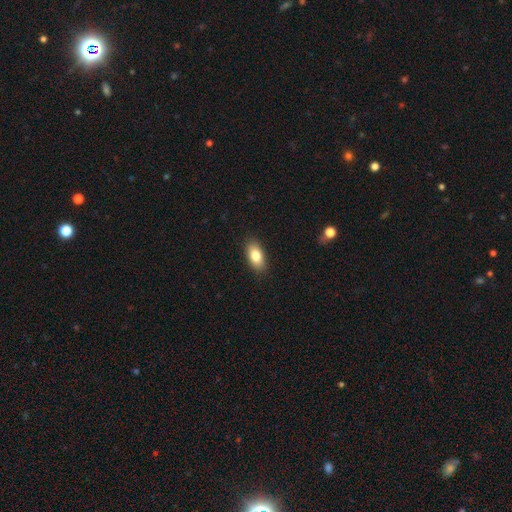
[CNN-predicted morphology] Smooth or featured? smooth (82%)
How rounded? in between (90%)
Merging? none (88%)